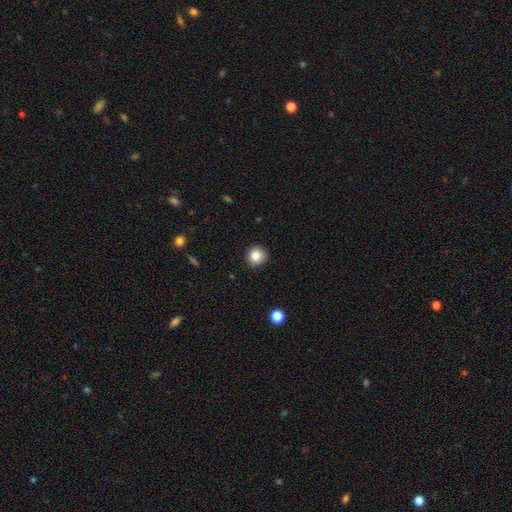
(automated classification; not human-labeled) The model was most divided on "smooth or featured": smooth: 84%, star or artifact: 11%, featured or disk: 6%. More confident: how rounded — round (93%); merging — none (91%).